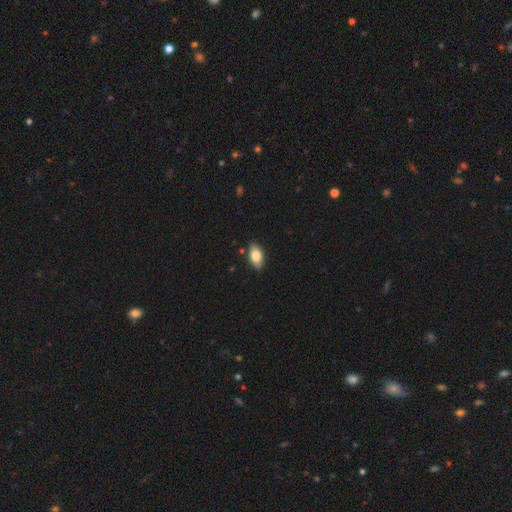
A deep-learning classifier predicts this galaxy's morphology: smooth_or_featured: smooth (p=0.80) [alt: featured or disk p=0.14]
how_rounded: in between (p=0.92) [alt: round p=0.05]
merging: none (p=0.85) [alt: minor disturbance p=0.11]